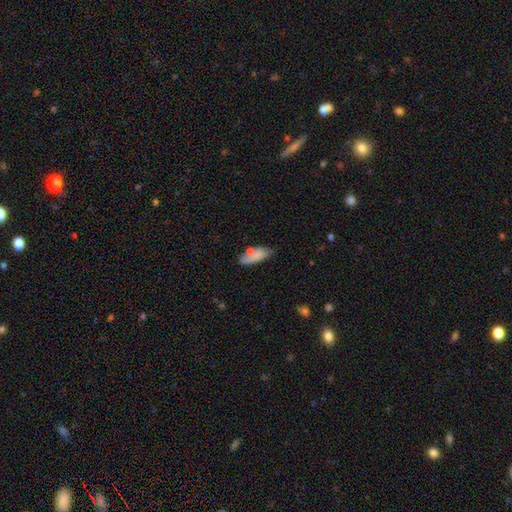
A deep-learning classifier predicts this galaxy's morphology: This appears to be a smooth galaxy with no disk features (77%) that is in between round and cigar-shaped (75%). Merging: none (54%).